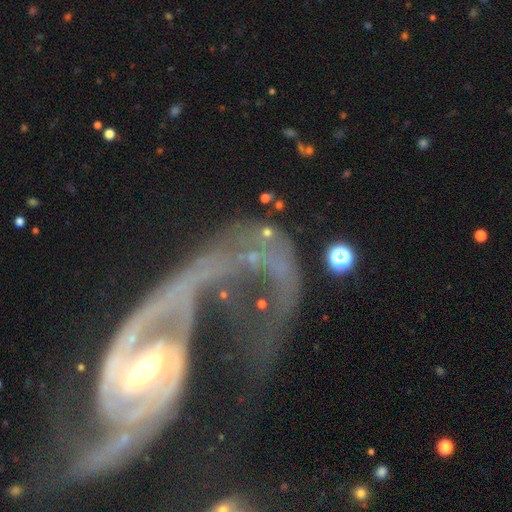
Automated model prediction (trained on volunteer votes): A featured or disk galaxy (82%) with a strong bar (38%), 2 (55%) loose (47%) spiral arms (75%) and a moderate central bulge (58%). Merging: major disturbance (45%).